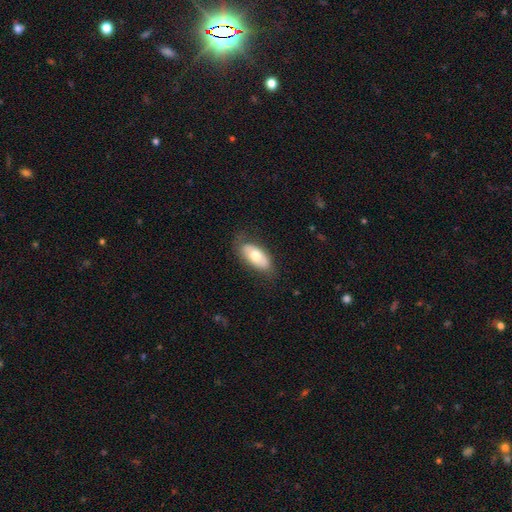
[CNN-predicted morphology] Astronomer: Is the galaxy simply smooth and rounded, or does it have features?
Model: smooth — 61%.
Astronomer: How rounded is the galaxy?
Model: in between — 91%.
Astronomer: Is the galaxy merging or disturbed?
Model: none — 75%.